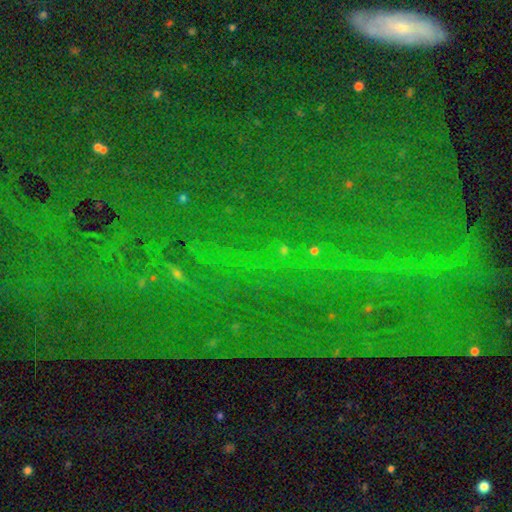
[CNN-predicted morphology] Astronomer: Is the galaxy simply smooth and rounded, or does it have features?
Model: star or artifact — 83%.